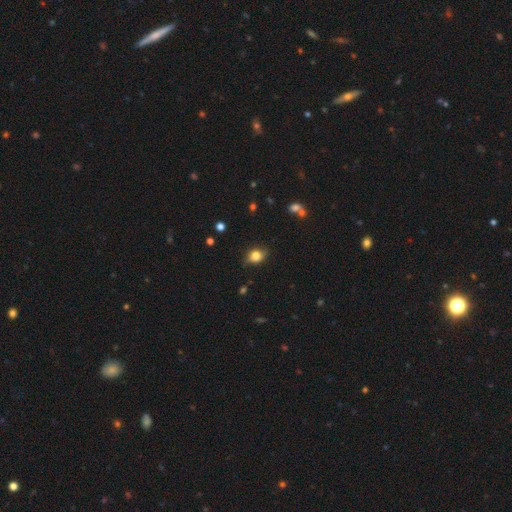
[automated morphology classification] A smooth galaxy with no disk features (76%) that is in between round and cigar-shaped (52%).

Vote fractions:
- Smooth or featured? smooth: 76% / featured or disk: 13% / star or artifact: 10%
- How rounded? in between: 52% / round: 46% / cigar-shaped: 2%
- Merging? none: 71% / minor disturbance: 23% / major disturbance: 5% / merger: 2%